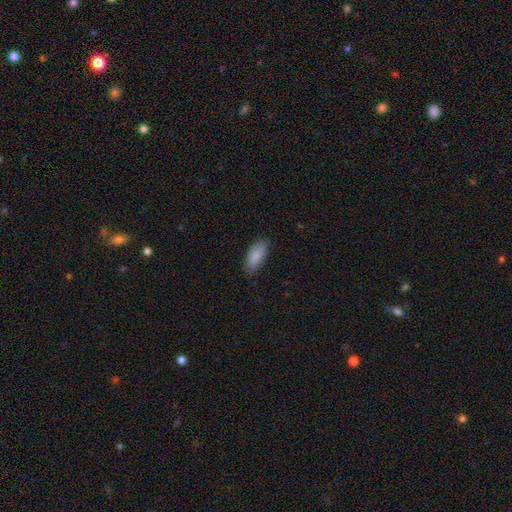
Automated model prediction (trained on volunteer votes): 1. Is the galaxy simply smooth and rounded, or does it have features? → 88% smooth, 6% featured or disk, 6% star or artifact.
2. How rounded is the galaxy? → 86% in between, 12% cigar-shaped, 2% round.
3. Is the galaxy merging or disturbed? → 81% none, 15% minor disturbance, 3% major disturbance, 1% merger.